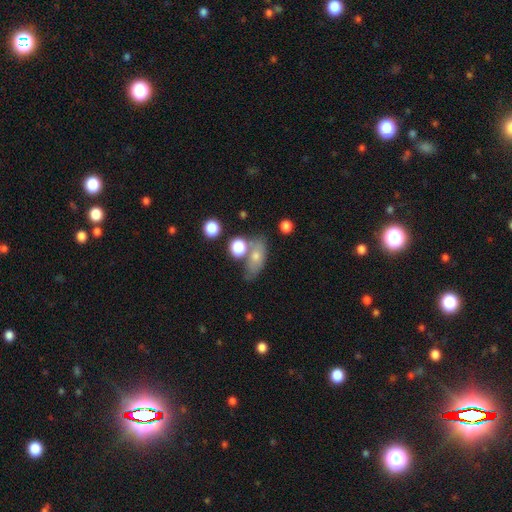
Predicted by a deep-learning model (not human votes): smooth 62%, featured or disk 25%, star or artifact 13%. Down the decision tree: how rounded — in between (70%); merging — none (56%).